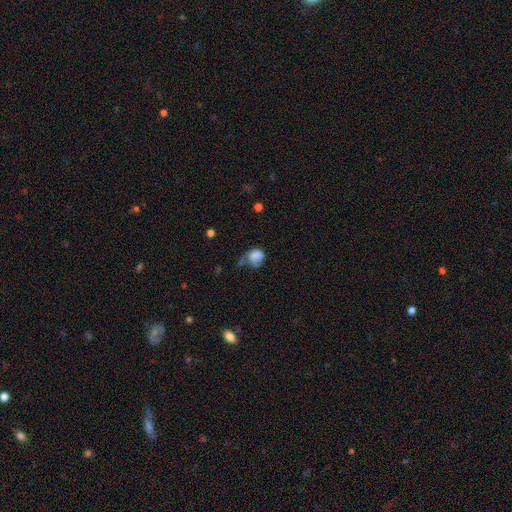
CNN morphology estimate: A smooth galaxy with no disk features (72%) that is in between round and cigar-shaped (51%). Merging: major disturbance (35%).